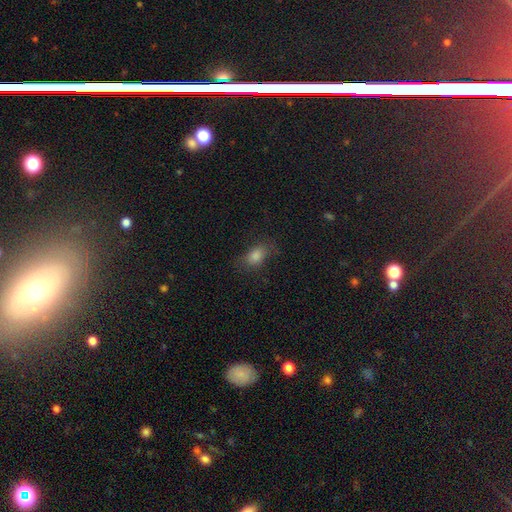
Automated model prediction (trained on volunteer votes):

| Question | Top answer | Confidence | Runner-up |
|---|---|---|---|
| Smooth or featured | smooth | 76% | star or artifact (15%) |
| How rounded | in between | 77% | round (18%) |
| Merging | none | 75% | minor disturbance (17%) |